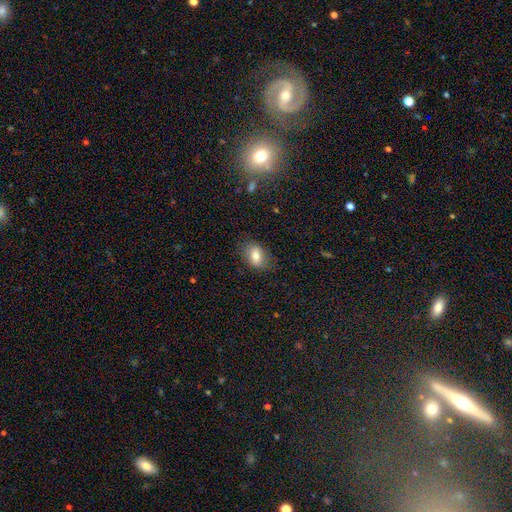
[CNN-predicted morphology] Smooth or featured?
  - smooth: 79% *
  - featured or disk: 12%
  - star or artifact: 9%
How rounded?
  - in between: 84% *
  - round: 14%
  - cigar-shaped: 2%
Merging?
  - none: 76% *
  - minor disturbance: 17%
  - major disturbance: 6%
  - merger: 1%